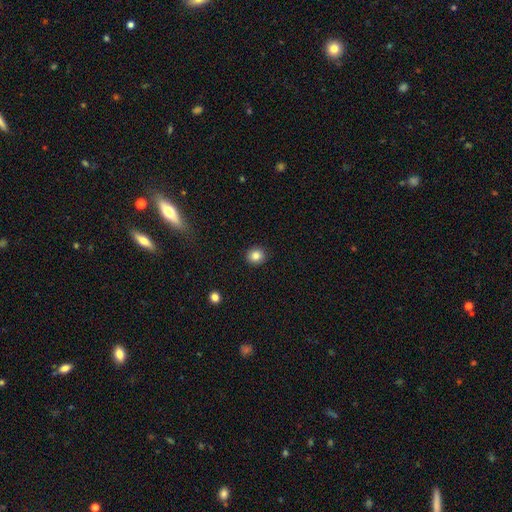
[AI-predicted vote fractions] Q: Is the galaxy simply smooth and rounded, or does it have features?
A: smooth — 85%.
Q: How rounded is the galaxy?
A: round — 78%.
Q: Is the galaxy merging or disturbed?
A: none — 91%.